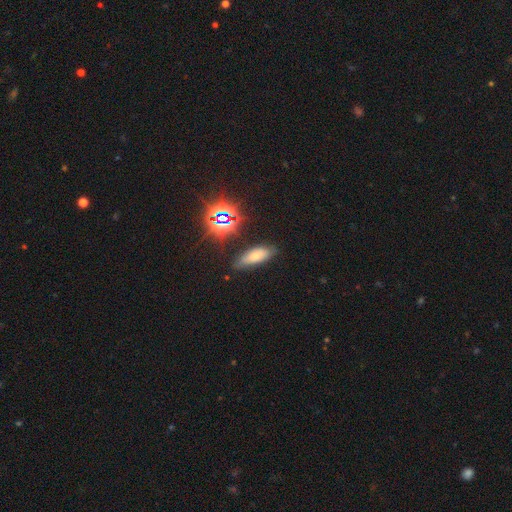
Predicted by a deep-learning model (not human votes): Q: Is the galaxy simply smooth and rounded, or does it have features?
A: smooth — 60%.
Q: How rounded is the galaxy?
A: in between — 72%.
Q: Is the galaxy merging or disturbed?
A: none — 75%.